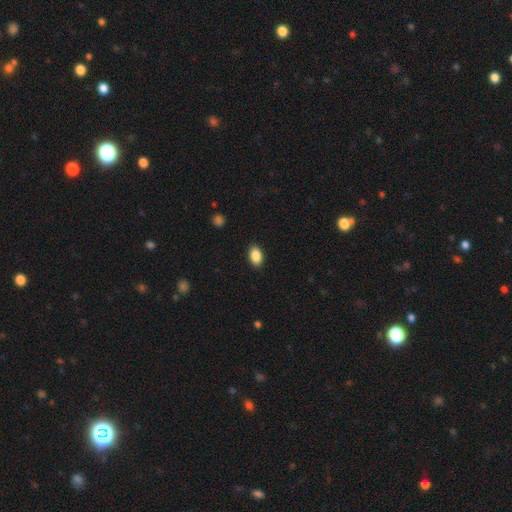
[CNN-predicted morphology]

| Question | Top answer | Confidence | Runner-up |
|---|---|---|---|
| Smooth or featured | smooth | 89% | star or artifact (7%) |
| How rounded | in between | 92% | round (6%) |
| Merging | none | 89% | minor disturbance (8%) |